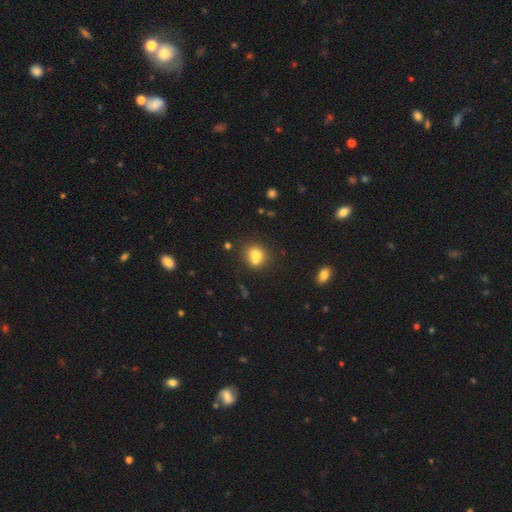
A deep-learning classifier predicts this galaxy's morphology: The model was most divided on "merging": merger: 45%, none: 40%, minor disturbance: 11%, major disturbance: 4%. More confident: smooth or featured — smooth (71%); how rounded — round (70%).